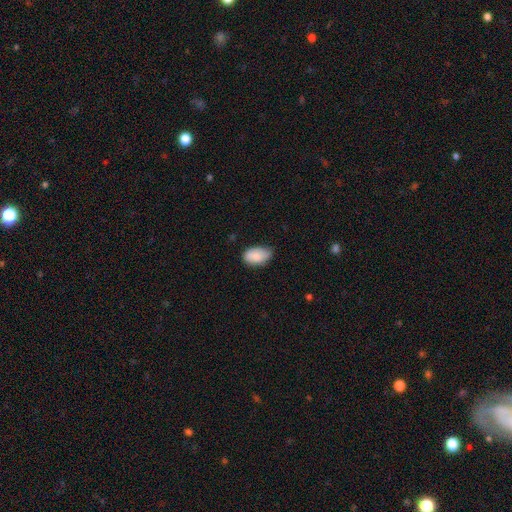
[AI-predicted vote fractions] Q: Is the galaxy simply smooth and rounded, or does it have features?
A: smooth — 86%.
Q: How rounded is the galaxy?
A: in between — 92%.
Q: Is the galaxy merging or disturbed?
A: none — 61%.